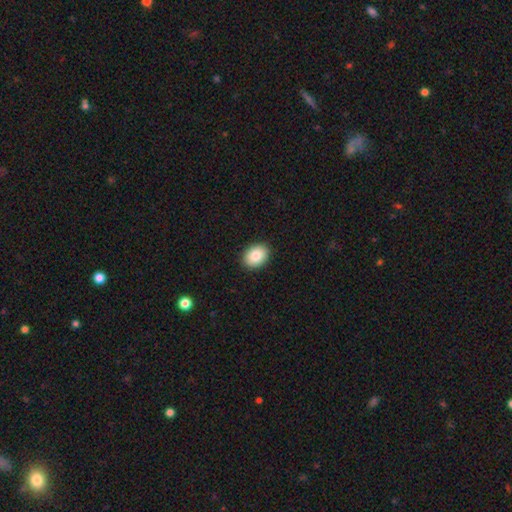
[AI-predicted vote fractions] This appears to be a smooth galaxy with no disk features (86%) that is in between round and cigar-shaped (69%). Merging: none (91%).